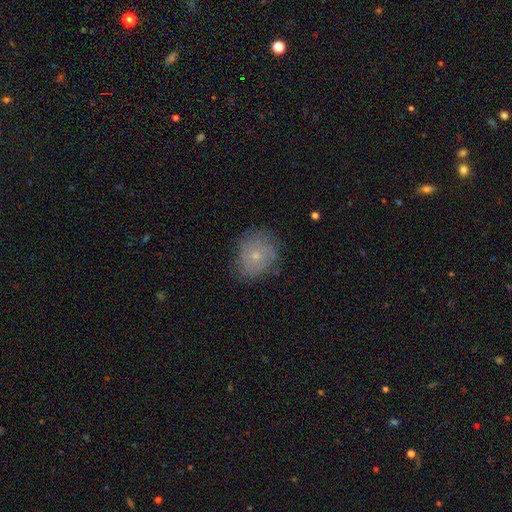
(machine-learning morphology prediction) smooth-or-featured: smooth: 58% | featured or disk: 32% | star or artifact: 10%
  how-rounded: round: 66% | in between: 33% | cigar-shaped: 1%
  merging: none: 72% | minor disturbance: 20% | major disturbance: 7% | merger: 1%